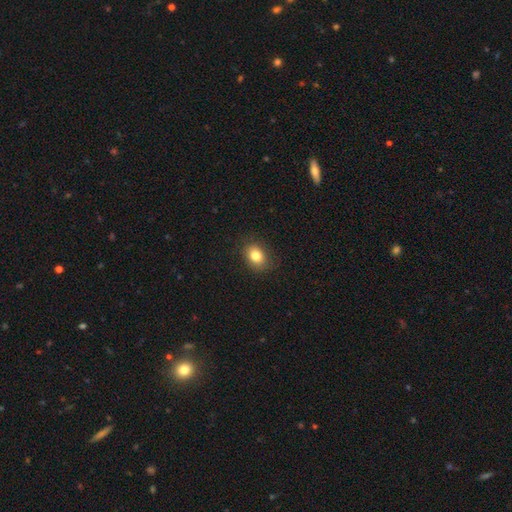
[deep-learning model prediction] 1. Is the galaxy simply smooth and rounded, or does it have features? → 82% smooth, 10% star or artifact, 8% featured or disk.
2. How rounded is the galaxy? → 59% in between, 40% round, 1% cigar-shaped.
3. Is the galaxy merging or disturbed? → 86% none, 10% minor disturbance, 3% major disturbance, 1% merger.